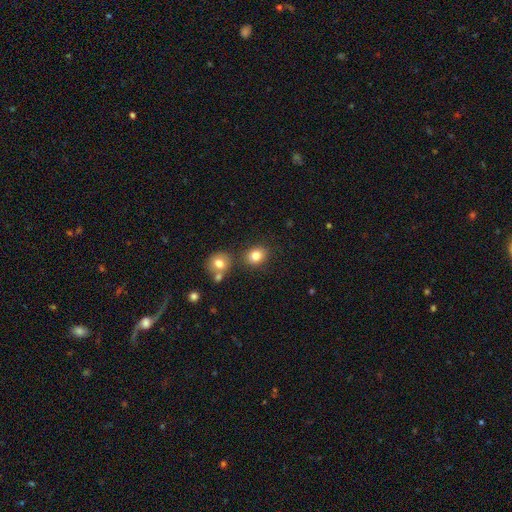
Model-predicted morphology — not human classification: The model was most divided on "how rounded": round: 53%, in between: 46%, cigar-shaped: 1%. More confident: smooth or featured — smooth (81%); merging — none (75%).